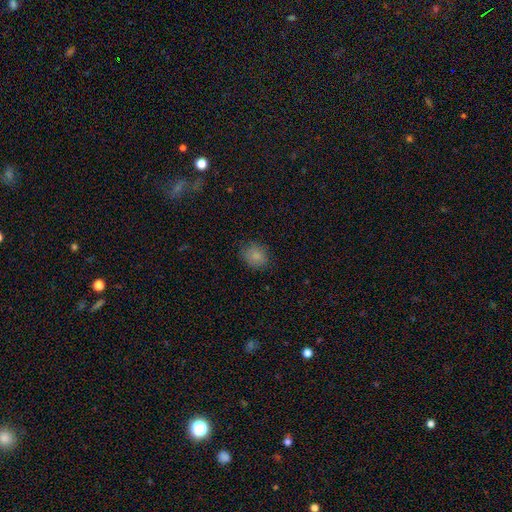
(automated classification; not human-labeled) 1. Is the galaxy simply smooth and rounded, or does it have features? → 84% smooth, 10% star or artifact, 7% featured or disk.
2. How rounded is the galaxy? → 57% round, 42% in between, 1% cigar-shaped.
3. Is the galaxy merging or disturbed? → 79% none, 16% minor disturbance, 4% major disturbance, 1% merger.